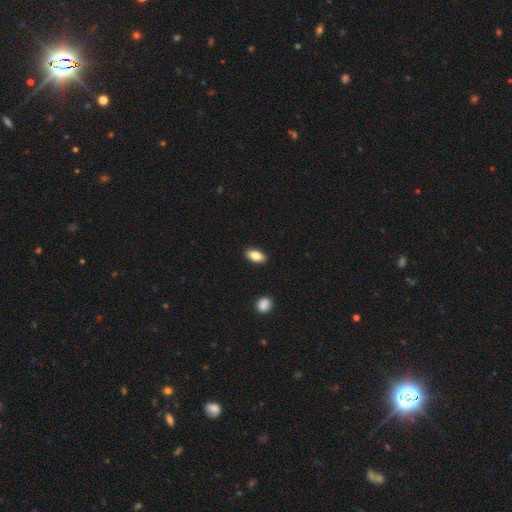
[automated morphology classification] This is clearly a smooth galaxy (83%). How rounded: clearly in between (90%). Merging: clearly none (90%).